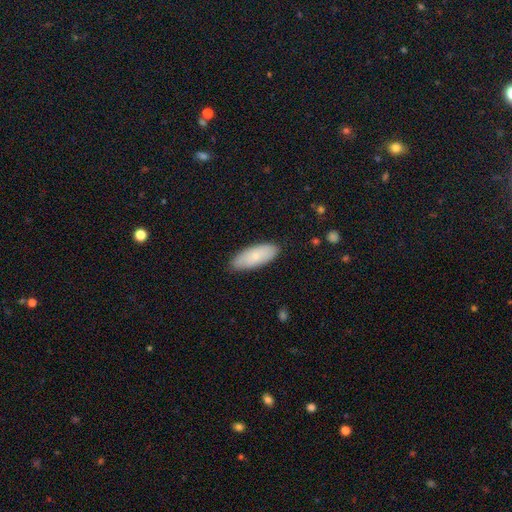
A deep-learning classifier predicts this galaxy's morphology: smooth_or_featured: smooth (p=0.76) [alt: featured or disk p=0.18]
how_rounded: in between (p=0.78) [alt: cigar-shaped p=0.20]
merging: none (p=0.85) [alt: minor disturbance p=0.12]